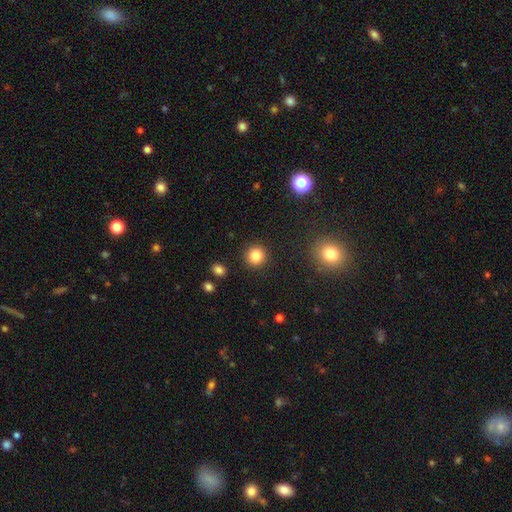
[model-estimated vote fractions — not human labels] This is clearly a smooth galaxy (84%). How rounded: clearly round (92%). Merging: clearly none (91%).